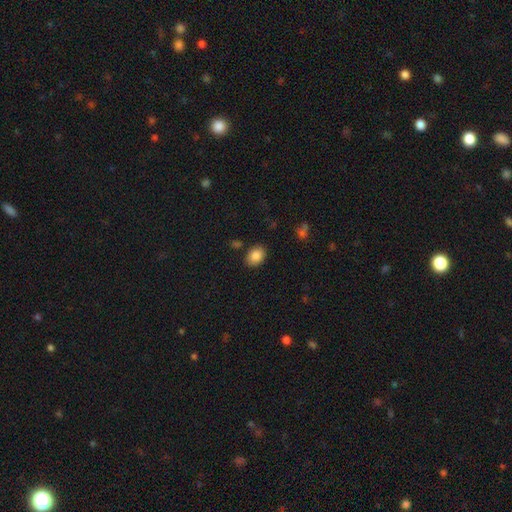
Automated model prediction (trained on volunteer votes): This appears to be a smooth galaxy with no disk features (86%) that is in between round and cigar-shaped (73%). Merging: none (83%).